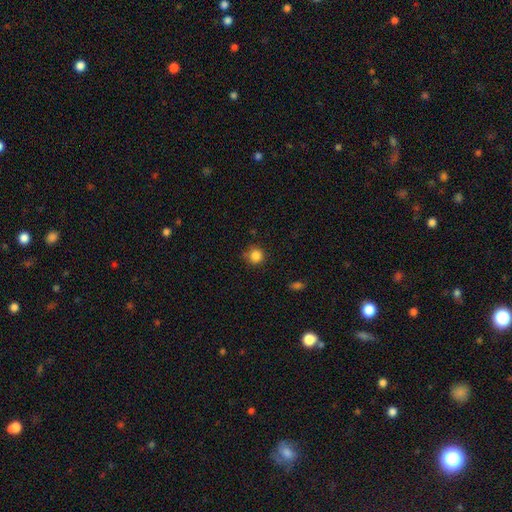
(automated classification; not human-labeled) smooth 85%, star or artifact 11%, featured or disk 4%. Down the decision tree: how rounded — round (91%); merging — none (77%).